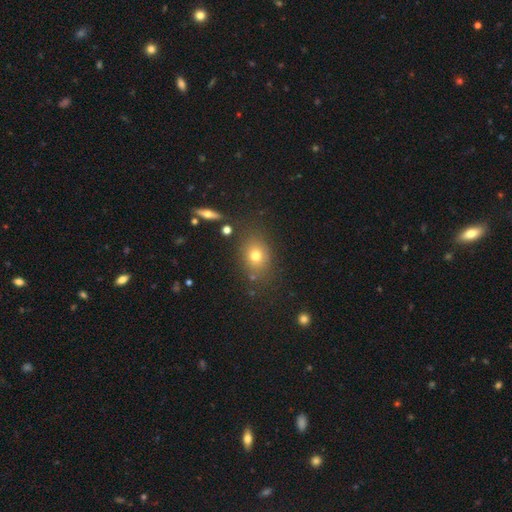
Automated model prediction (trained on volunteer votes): smooth_or_featured: smooth (p=0.73) [alt: star or artifact p=0.14]
how_rounded: in between (p=0.57) [alt: round p=0.42]
merging: none (p=0.78) [alt: minor disturbance p=0.13]